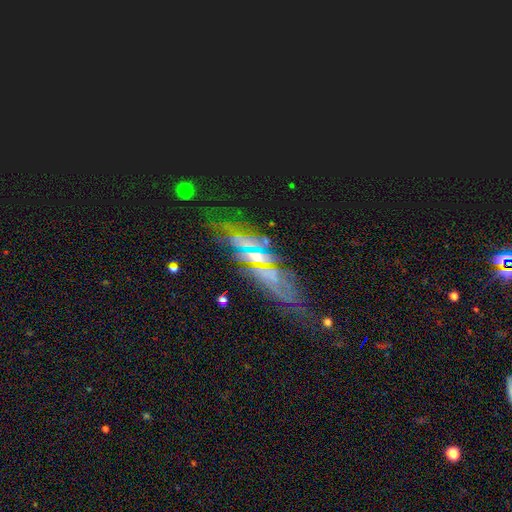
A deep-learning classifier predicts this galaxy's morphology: featured or disk 59%, star or artifact 25%, smooth 17%. Down the decision tree: edge-on disk — yes (50%, tied with no); merging — none (68%).